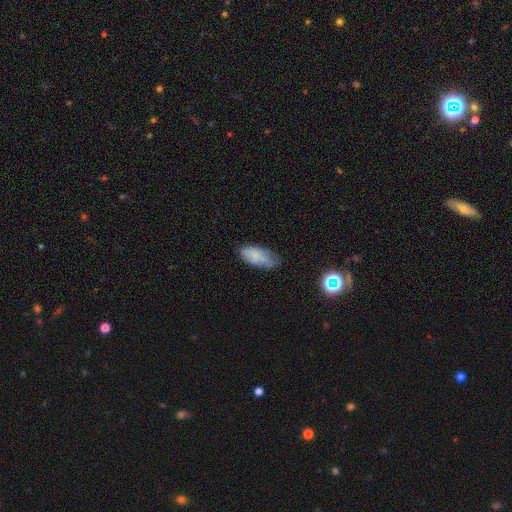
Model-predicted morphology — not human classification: smooth_or_featured: smooth (p=0.74) [alt: featured or disk p=0.18]
how_rounded: in between (p=0.89) [alt: cigar-shaped p=0.08]
merging: none (p=0.53) [alt: minor disturbance p=0.33]